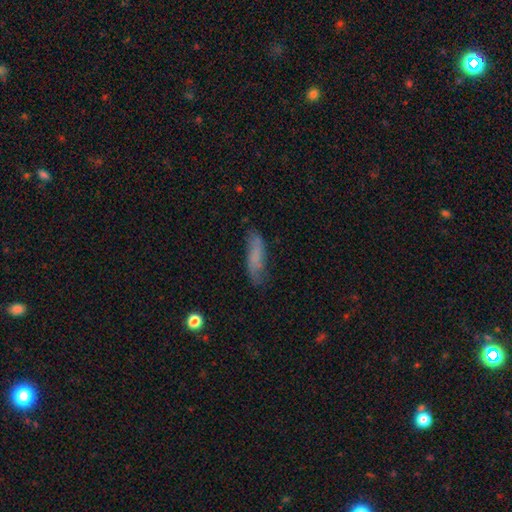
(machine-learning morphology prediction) Smooth or featured? smooth (66%)
How rounded? cigar-shaped (56%)
Merging? none (64%)